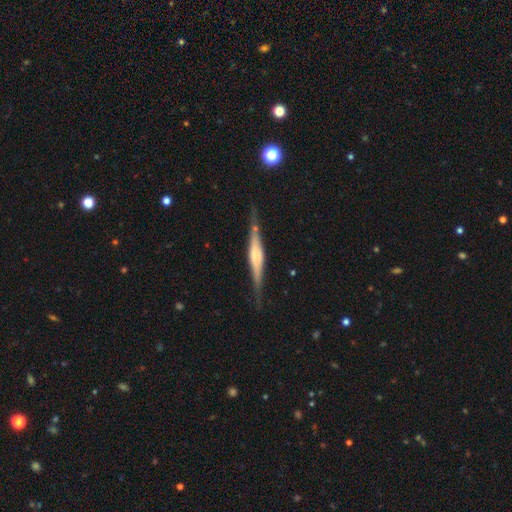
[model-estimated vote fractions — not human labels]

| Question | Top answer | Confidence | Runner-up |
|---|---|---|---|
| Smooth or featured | featured or disk | 73% | smooth (21%) |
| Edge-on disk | yes | 97% | no (3%) |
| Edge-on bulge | boxy | 44% | tied: rounded (44%) |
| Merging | none | 82% | minor disturbance (13%) |